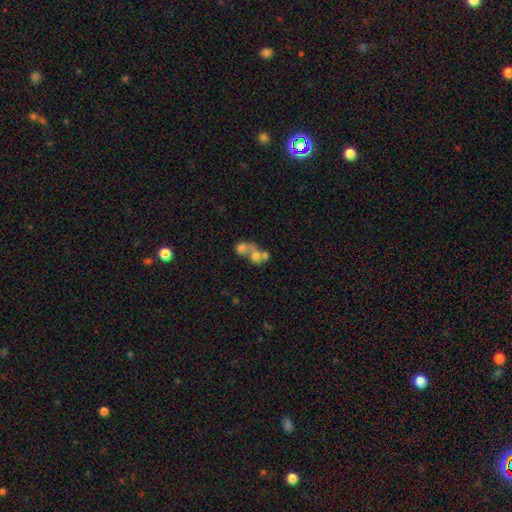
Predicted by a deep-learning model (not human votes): Q: Smooth or featured?
A: smooth (61%); runner-up: featured or disk (26%)
Q: How rounded?
A: round (63%); runner-up: in between (35%)
Q: Merging?
A: merger (72%); runner-up: none (17%)